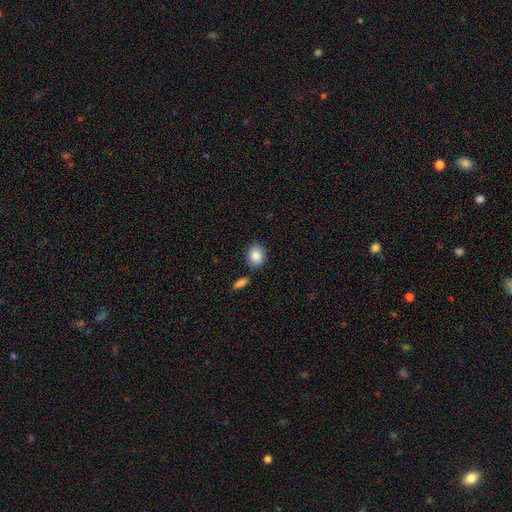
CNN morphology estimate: Q: Smooth or featured?
A: smooth (86%); runner-up: star or artifact (7%)
Q: How rounded?
A: round (53%); runner-up: in between (46%)
Q: Merging?
A: none (79%); runner-up: minor disturbance (11%)